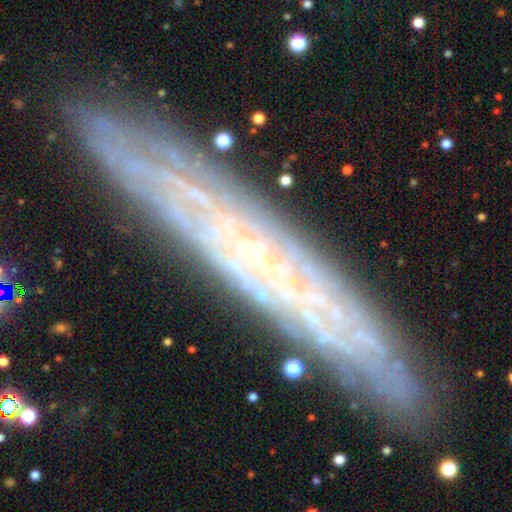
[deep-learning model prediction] A featured or disk galaxy (70%) viewed edge-on (68%).

Vote fractions:
- Smooth or featured? featured or disk: 70% / smooth: 16% / star or artifact: 15%
- Edge-on disk? yes: 68% / no: 32%
- Merging? none: 84% / minor disturbance: 11% / major disturbance: 3% / merger: 2%